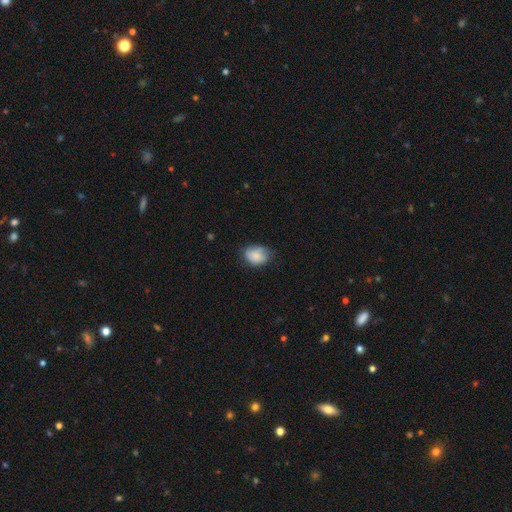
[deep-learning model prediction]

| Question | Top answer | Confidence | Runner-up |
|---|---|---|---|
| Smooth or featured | smooth | 83% | featured or disk (10%) |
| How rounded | in between | 66% | round (33%) |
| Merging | none | 61% | minor disturbance (30%) |